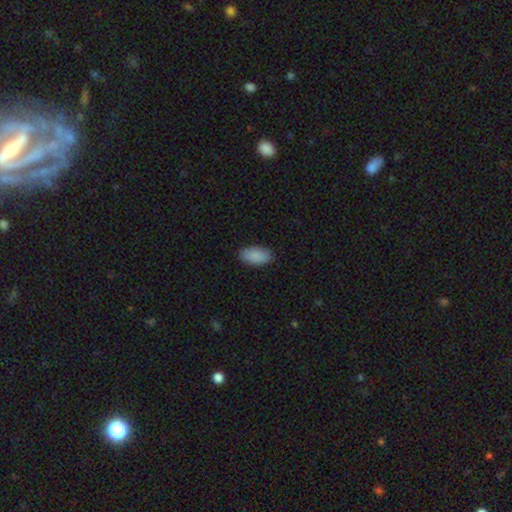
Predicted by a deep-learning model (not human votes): This is clearly a smooth galaxy (90%). How rounded: clearly in between (94%). Merging: clearly none (87%).